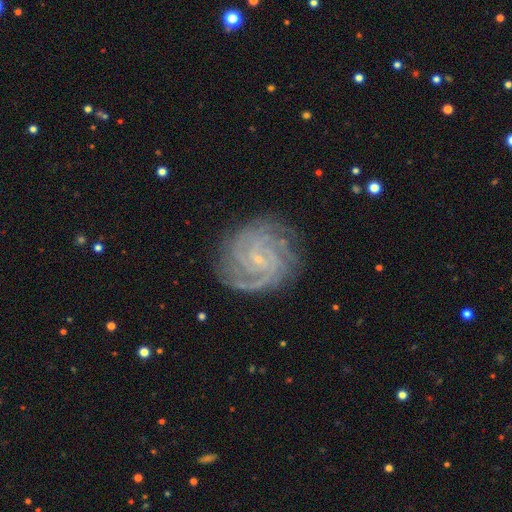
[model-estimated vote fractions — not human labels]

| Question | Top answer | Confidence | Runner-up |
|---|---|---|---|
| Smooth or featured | featured or disk | 85% | star or artifact (8%) |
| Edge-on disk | no | 97% | yes (3%) |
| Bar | no | 52% | weak (37%) |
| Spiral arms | yes | 98% | no (2%) |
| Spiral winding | tight | 71% | medium (25%) |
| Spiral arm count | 3 | 21% | tied: can't tell (21%) |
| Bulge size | small | 83% | moderate (8%) |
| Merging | none | 83% | minor disturbance (12%) |